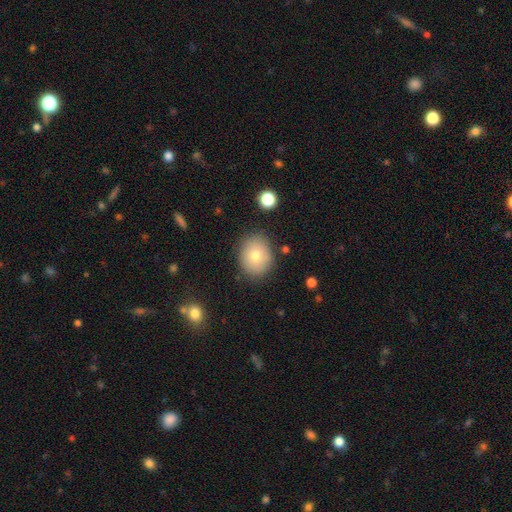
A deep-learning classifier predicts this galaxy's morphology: The model was most divided on "how rounded": round: 69%, in between: 31%, cigar-shaped: 1%. More confident: merging — none (84%); smooth or featured — smooth (75%).